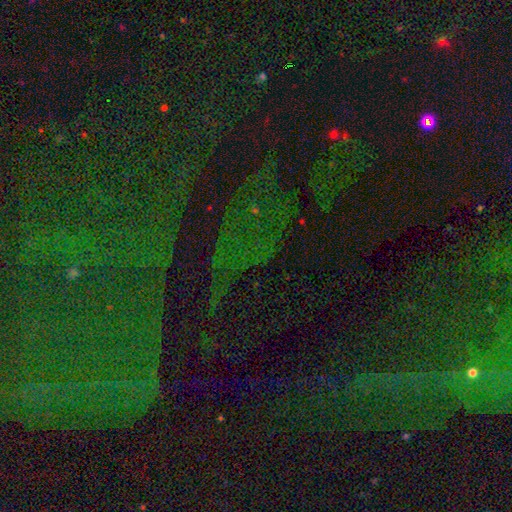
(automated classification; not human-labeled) Smooth or featured?
  - star or artifact: 80% *
  - smooth: 10%
  - featured or disk: 10%